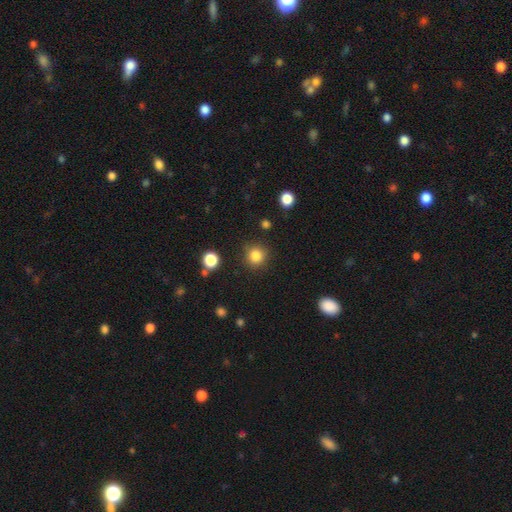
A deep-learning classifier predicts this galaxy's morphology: Q: Smooth or featured?
A: smooth (84%); runner-up: star or artifact (12%)
Q: How rounded?
A: round (93%); runner-up: in between (6%)
Q: Merging?
A: none (87%); runner-up: minor disturbance (8%)